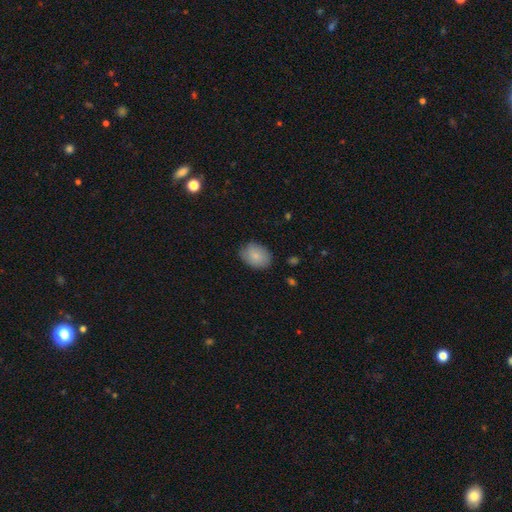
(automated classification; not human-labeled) smooth-or-featured: smooth: 82% | featured or disk: 12% | star or artifact: 7%
  how-rounded: in between: 74% | round: 25% | cigar-shaped: 1%
  merging: none: 78% | minor disturbance: 18% | major disturbance: 3% | merger: 1%